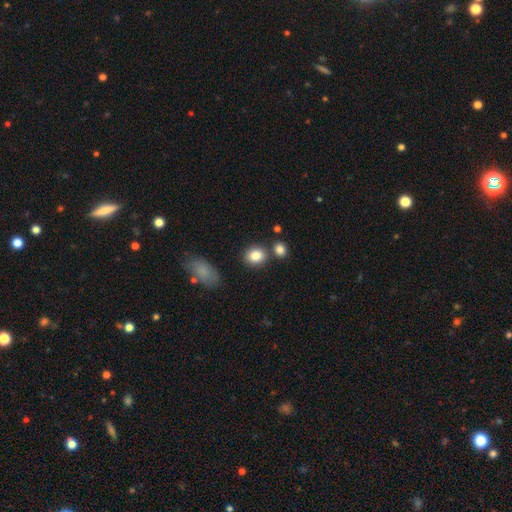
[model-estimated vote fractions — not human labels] Morphology: type=smooth (84%); roundness=round (60%); merging=none (73%).